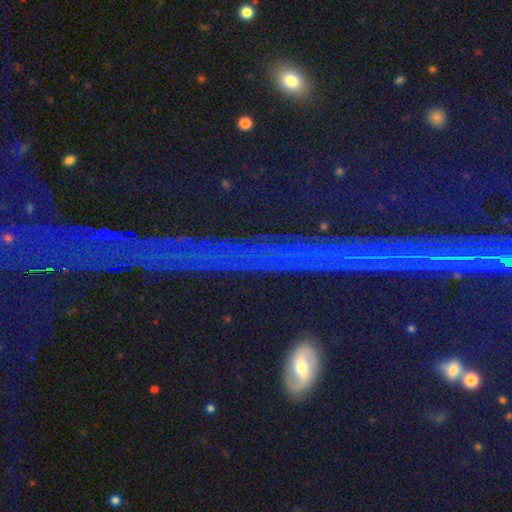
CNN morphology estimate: smooth-or-featured: star or artifact: 71% | featured or disk: 15% | smooth: 14%